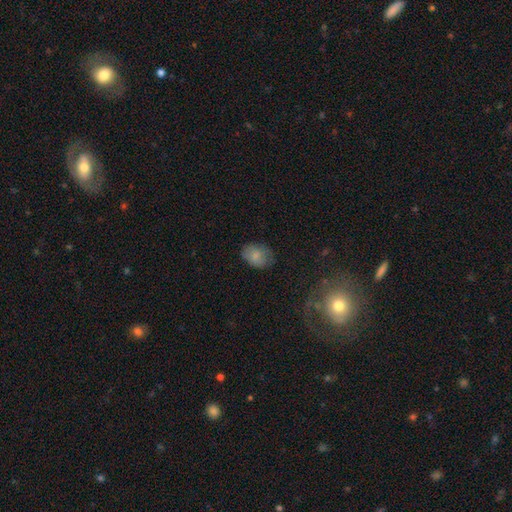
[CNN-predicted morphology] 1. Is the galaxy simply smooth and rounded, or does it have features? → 81% smooth, 10% featured or disk, 8% star or artifact.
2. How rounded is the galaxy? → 73% in between, 26% round, 1% cigar-shaped.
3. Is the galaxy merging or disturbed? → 74% none, 20% minor disturbance, 5% major disturbance, 1% merger.